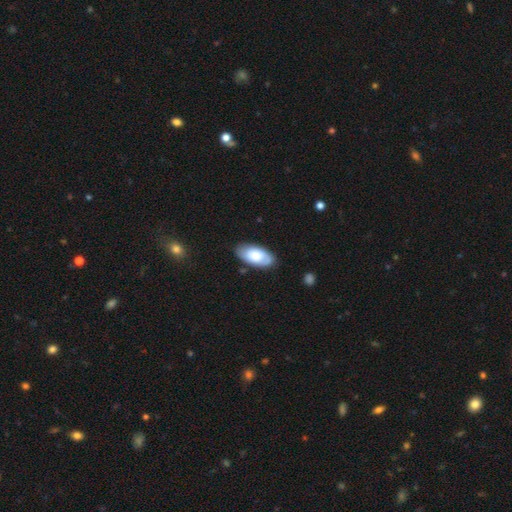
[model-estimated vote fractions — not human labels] Overall: smooth (68%). How rounded: in between (94%). Merging: none (78%).